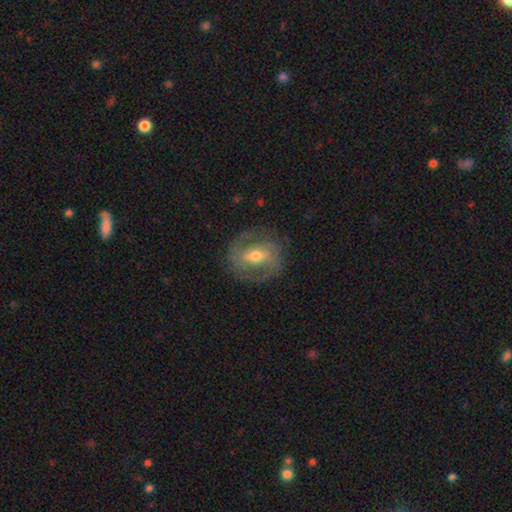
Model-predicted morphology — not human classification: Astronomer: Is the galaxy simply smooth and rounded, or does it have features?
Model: featured or disk — 76%.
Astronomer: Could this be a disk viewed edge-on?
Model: no — 95%.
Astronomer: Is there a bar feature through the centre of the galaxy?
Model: weak — 41% (runner-up: strong, 39%).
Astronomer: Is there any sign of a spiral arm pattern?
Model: yes — 81%.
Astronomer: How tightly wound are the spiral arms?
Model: medium — 44% (runner-up: tight, 41%).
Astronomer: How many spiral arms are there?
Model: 2 — 81%.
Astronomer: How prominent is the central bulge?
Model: moderate — 65%.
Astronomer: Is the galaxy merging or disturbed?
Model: none — 80%.